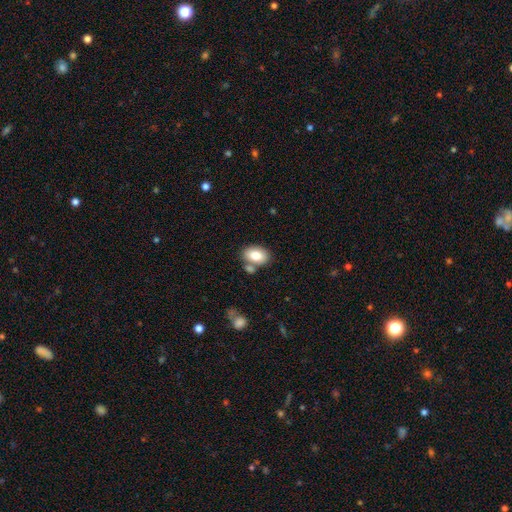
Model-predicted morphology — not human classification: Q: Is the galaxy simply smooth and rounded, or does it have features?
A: smooth — 80%.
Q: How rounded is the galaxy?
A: in between — 85%.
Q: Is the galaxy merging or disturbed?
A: none — 63%.